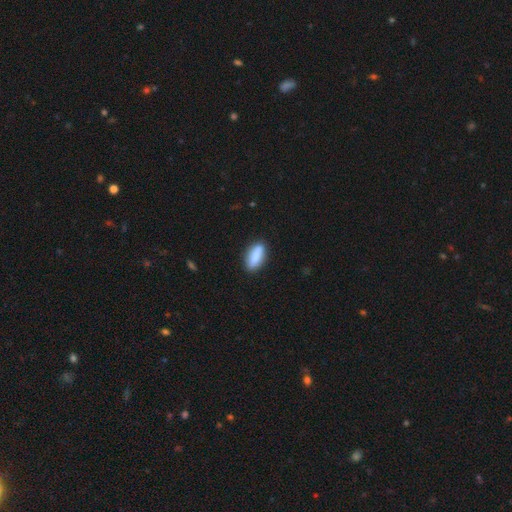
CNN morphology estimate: A smooth galaxy with no disk features (83%) that is in between round and cigar-shaped (74%). Merging: none (85%).